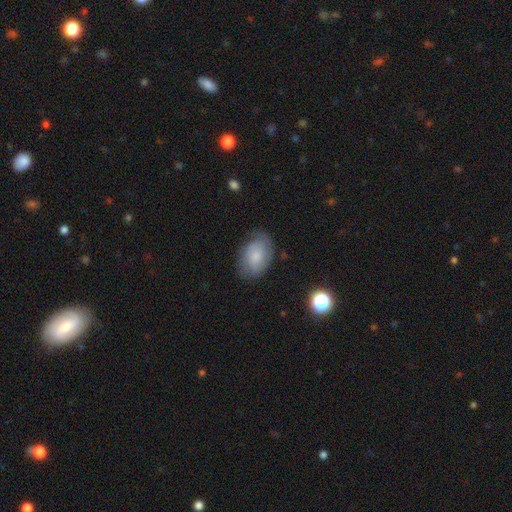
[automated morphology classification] smooth 71%, featured or disk 21%, star or artifact 7%. Down the decision tree: how rounded — in between (86%); merging — none (72%).